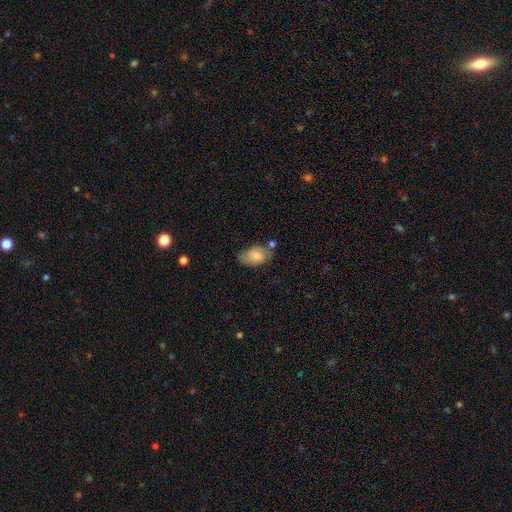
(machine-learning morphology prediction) A smooth galaxy with no disk features (77%) that is in between round and cigar-shaped (89%). Merging: none (52%).